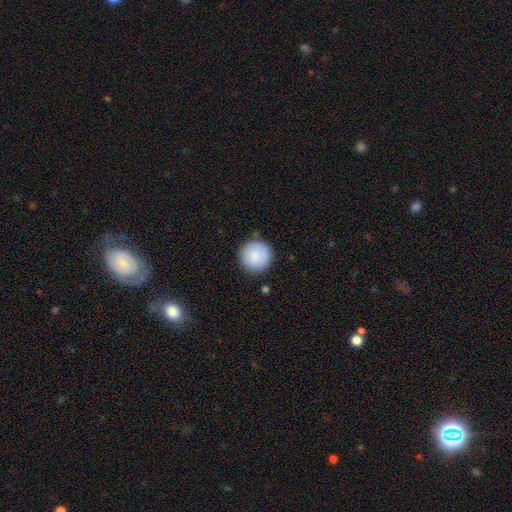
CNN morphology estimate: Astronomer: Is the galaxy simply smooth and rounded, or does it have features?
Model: smooth — 86%.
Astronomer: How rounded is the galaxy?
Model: round — 96%.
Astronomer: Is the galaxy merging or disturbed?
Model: none — 86%.